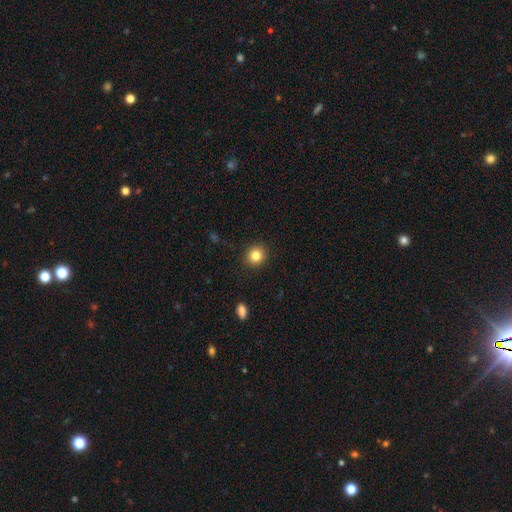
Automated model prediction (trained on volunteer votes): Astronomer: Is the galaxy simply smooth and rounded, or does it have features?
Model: smooth — 84%.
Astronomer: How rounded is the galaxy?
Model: round — 89%.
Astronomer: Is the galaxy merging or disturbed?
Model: none — 91%.